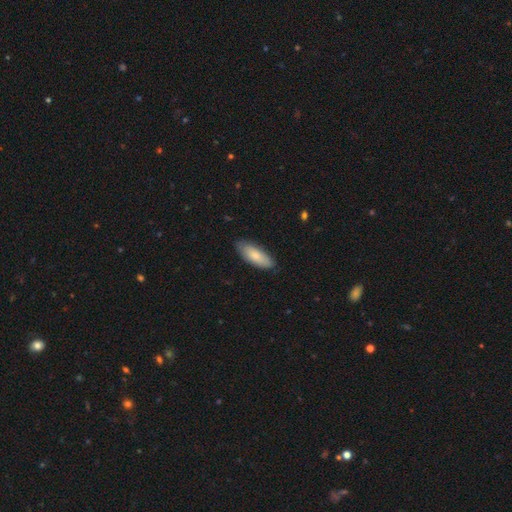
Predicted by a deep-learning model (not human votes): Smooth or featured? smooth (82%)
How rounded? in between (72%)
Merging? none (83%)